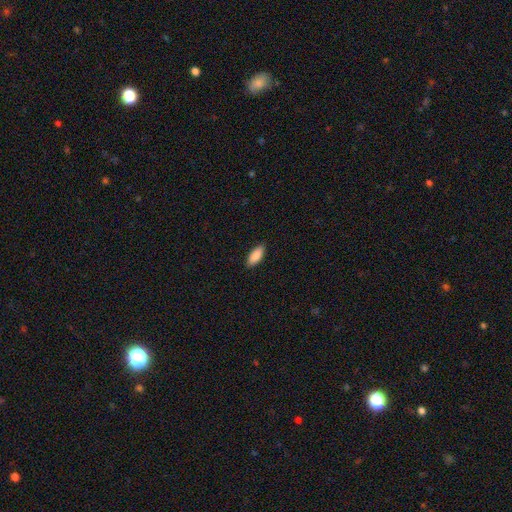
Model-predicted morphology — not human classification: type=smooth (89%); roundness=in between (84%); merging=none (88%).